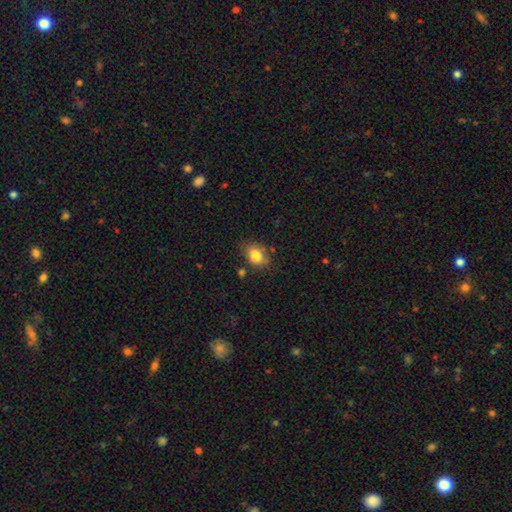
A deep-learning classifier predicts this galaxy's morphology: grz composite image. It shows a smooth galaxy with no disk features (83%) that is in between round and cigar-shaped (61%). Merging: none (68%).